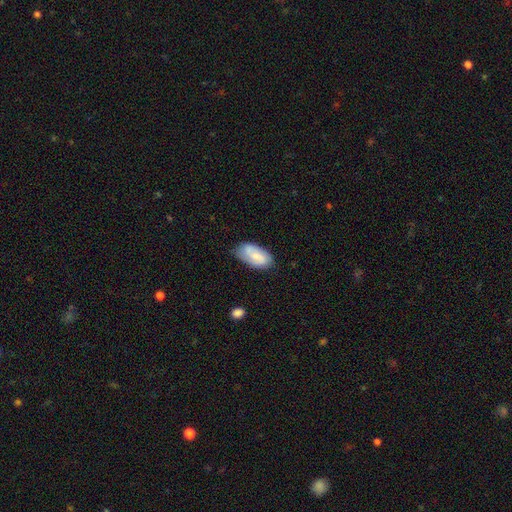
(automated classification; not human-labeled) smooth_or_featured: smooth (p=0.67) [alt: featured or disk p=0.27]
how_rounded: in between (p=0.94) [alt: round p=0.03]
merging: none (p=0.63) [alt: minor disturbance p=0.28]